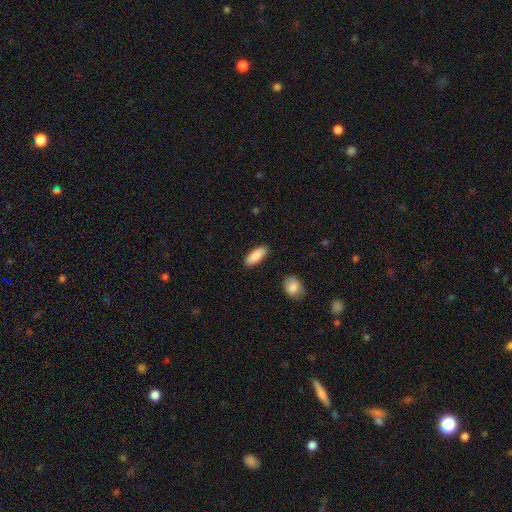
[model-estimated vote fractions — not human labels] Smooth or featured: smooth — 88% (featured or disk — 6%)
How rounded: in between — 76% (cigar-shaped — 23%)
Merging: none — 88% (minor disturbance — 9%)